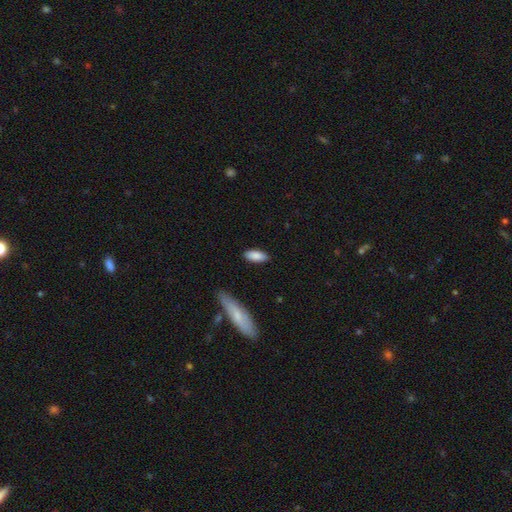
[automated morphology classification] This is clearly a smooth galaxy (86%). How rounded: likely in between (79%). Merging: clearly none (85%).